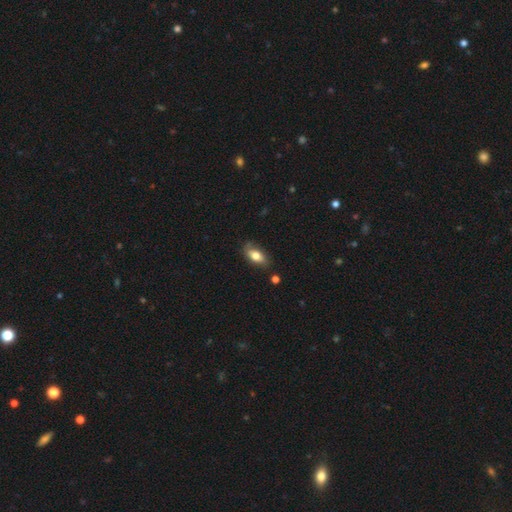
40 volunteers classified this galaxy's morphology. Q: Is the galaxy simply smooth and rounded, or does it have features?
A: smooth — 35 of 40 (88%).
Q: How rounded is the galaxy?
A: in between — 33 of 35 (94%).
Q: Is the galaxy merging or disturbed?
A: none — 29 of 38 (76%).